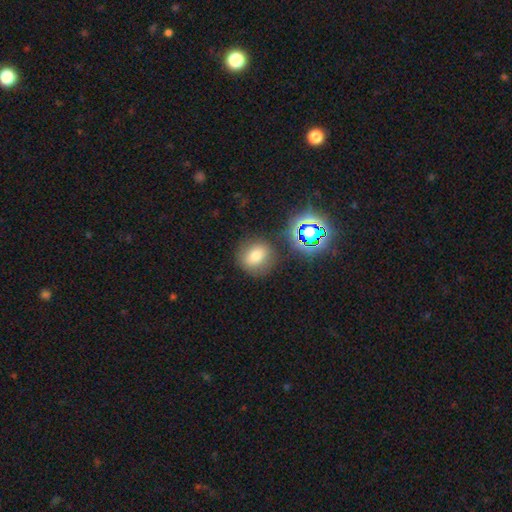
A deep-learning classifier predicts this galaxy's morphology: smooth_or_featured: smooth (p=0.72) [alt: star or artifact p=0.17]
how_rounded: round (p=0.72) [alt: in between p=0.27]
merging: none (p=0.80) [alt: minor disturbance p=0.11]